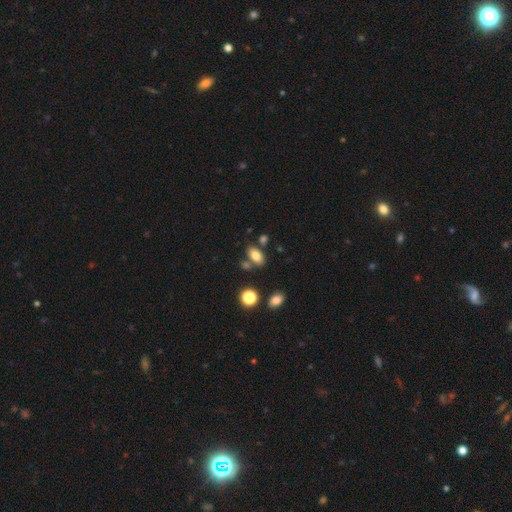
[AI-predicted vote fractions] A smooth galaxy with no disk features (80%) that is in between round and cigar-shaped (89%). Merging: none (72%).